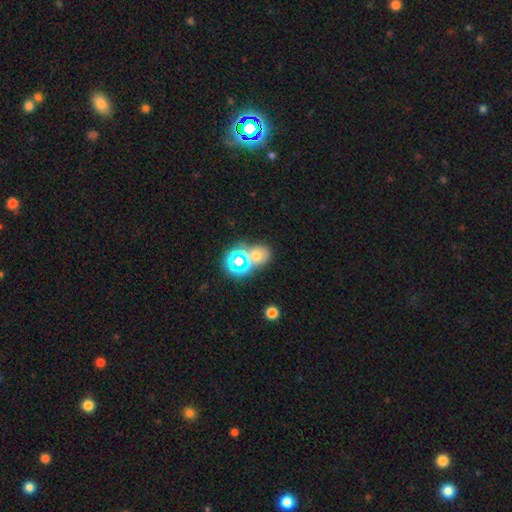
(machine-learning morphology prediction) Smooth or featured?
  - smooth: 50% *
  - star or artifact: 38%
  - featured or disk: 12%
Merging?
  - none: 53% *
  - merger: 31%
  - minor disturbance: 10%
  - major disturbance: 5%